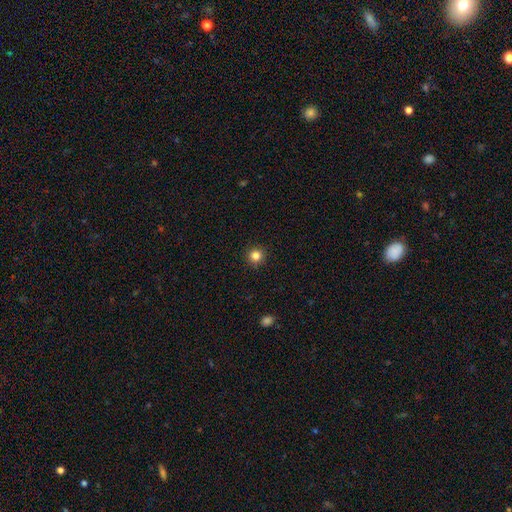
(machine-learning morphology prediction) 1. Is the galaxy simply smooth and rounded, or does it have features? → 83% smooth, 12% star or artifact, 4% featured or disk.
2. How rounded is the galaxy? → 95% round, 4% in between, 1% cigar-shaped.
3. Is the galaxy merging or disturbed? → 93% none, 5% minor disturbance, 2% major disturbance, 1% merger.